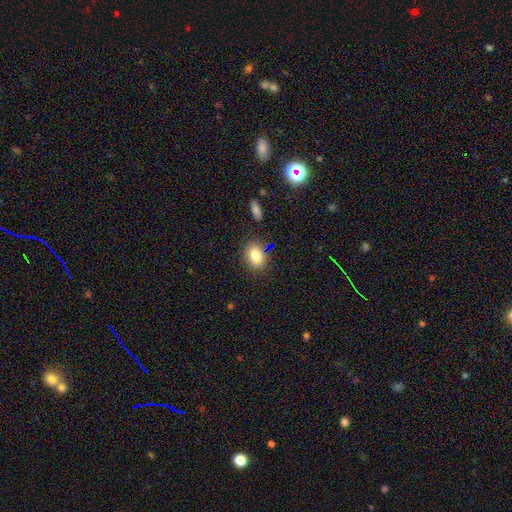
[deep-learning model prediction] smooth 79%, star or artifact 11%, featured or disk 10%. Down the decision tree: how rounded — in between (69%); merging — none (80%).